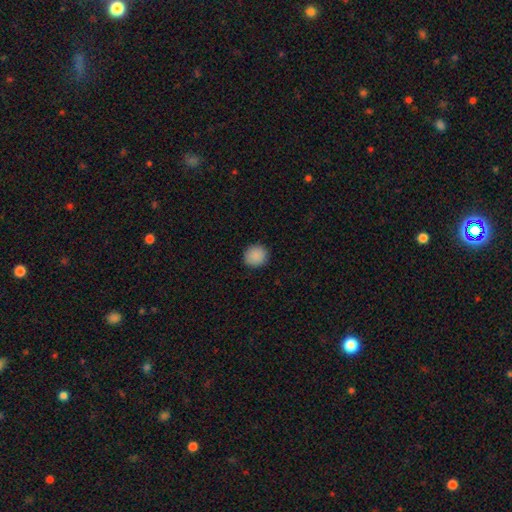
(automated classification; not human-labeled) This appears to be a smooth galaxy with no disk features (89%) that is round (91%). Merging: none (91%).